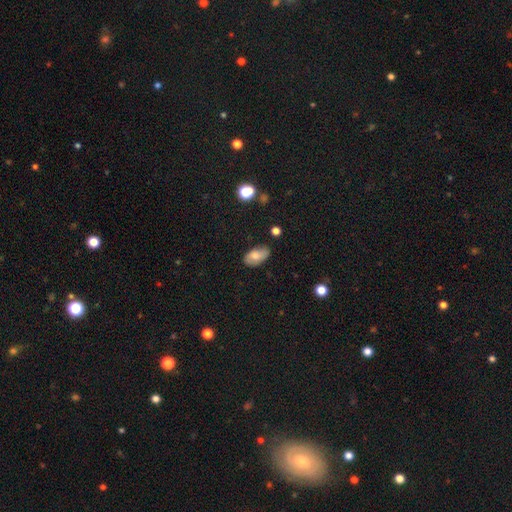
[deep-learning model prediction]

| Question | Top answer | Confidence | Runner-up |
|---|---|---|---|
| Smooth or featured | smooth | 73% | featured or disk (19%) |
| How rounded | in between | 93% | round (4%) |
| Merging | none | 78% | minor disturbance (17%) |